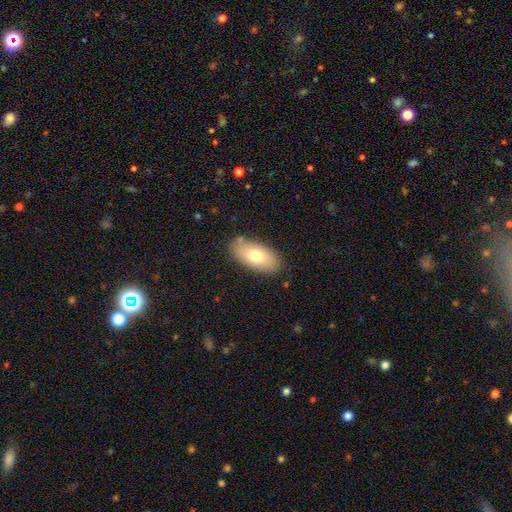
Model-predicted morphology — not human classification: Smooth or featured? Predicted: smooth (p=0.72). How rounded? Predicted: in between (p=0.92). Merging? Predicted: none (p=0.82).